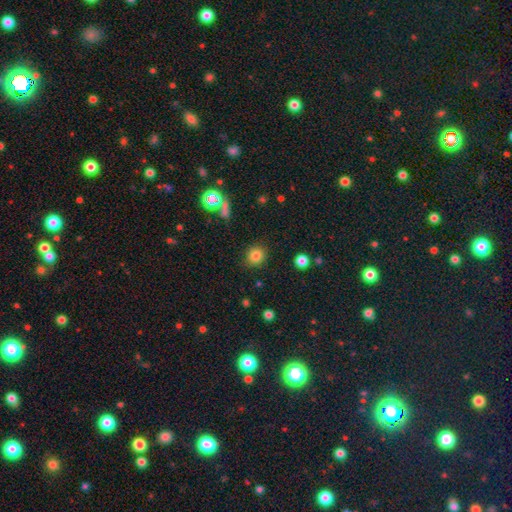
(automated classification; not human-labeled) Overall: smooth (81%). How rounded: round (85%). Merging: none (88%).